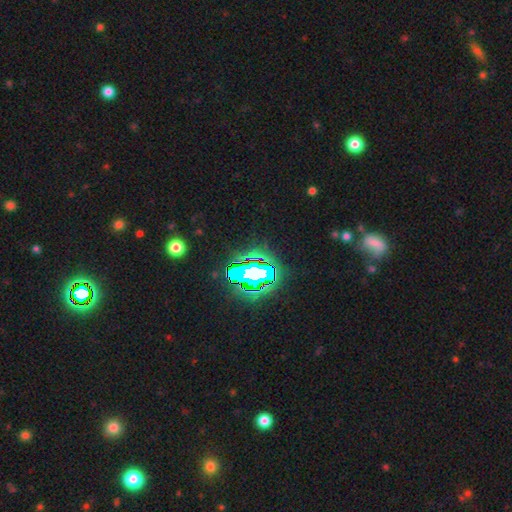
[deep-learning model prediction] smooth_or_featured: star or artifact (p=0.82) [alt: smooth p=0.10]